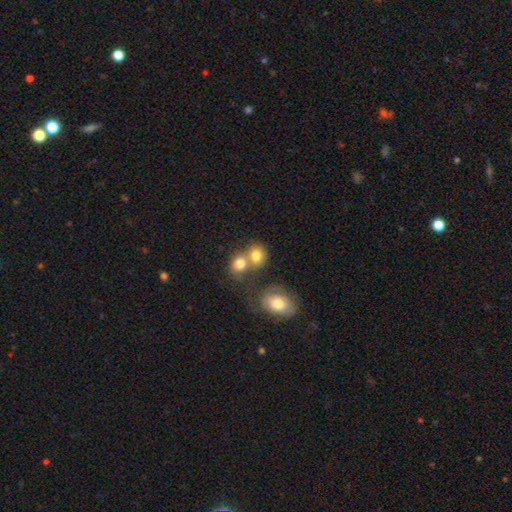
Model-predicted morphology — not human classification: Q: Smooth or featured?
A: smooth (76%); runner-up: featured or disk (14%)
Q: How rounded?
A: round (67%); runner-up: in between (32%)
Q: Merging?
A: merger (52%); runner-up: none (35%)